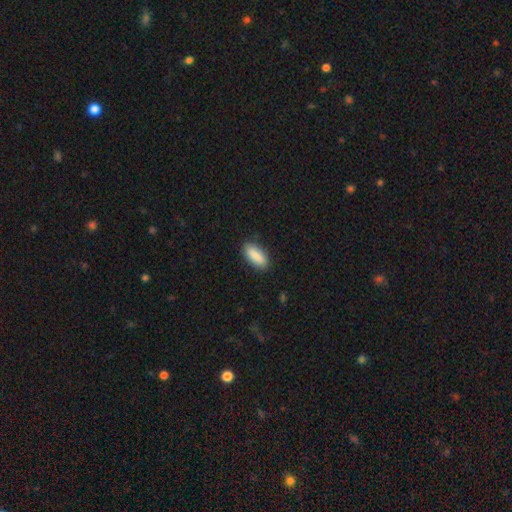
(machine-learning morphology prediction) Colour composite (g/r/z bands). It shows a smooth galaxy with no disk features (89%) that is in between round and cigar-shaped (81%). Merging: none (87%).